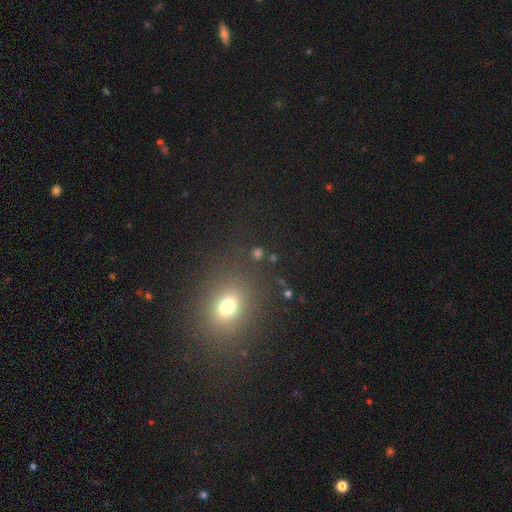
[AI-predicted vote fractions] This appears to be a smooth galaxy with no disk features (60%) that is round (55%). Merging: none (84%).